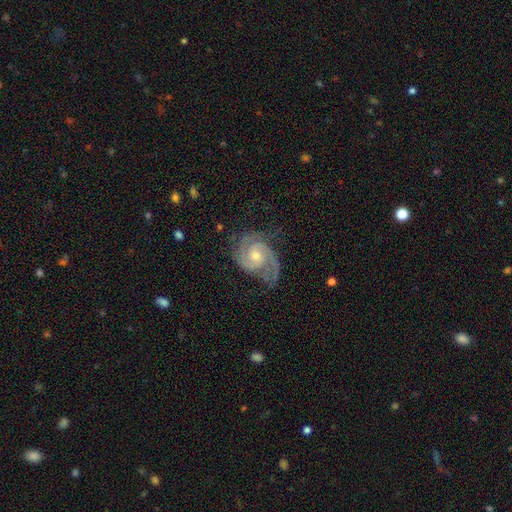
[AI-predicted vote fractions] Overall: featured or disk (92%). Edge-on disk: no (98%). Bar: no (68%). Spiral arms: yes (98%). Spiral arm count: 2 (69%). Spiral winding: tight (53%; medium 40%). Bulge size: moderate (51%; small 45%). Merging: none (68%).